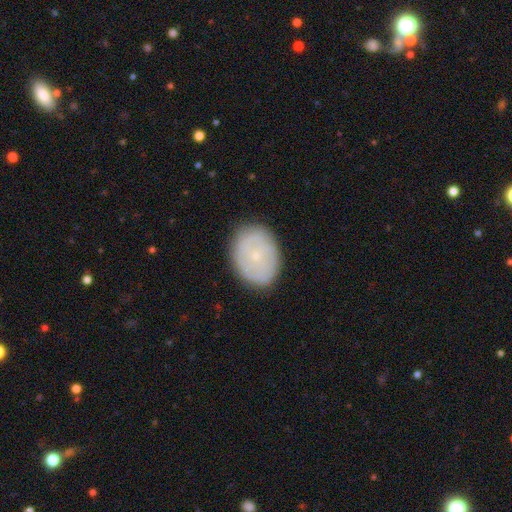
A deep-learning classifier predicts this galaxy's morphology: smooth-or-featured: smooth: 53% | featured or disk: 39% | star or artifact: 8%
  how-rounded: in between: 68% | round: 31% | cigar-shaped: 1%
  merging: none: 85% | minor disturbance: 11% | major disturbance: 3% | merger: 1%